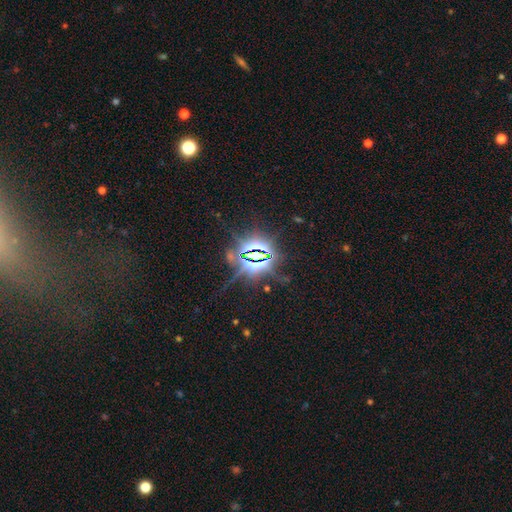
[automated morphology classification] Smooth or featured? star or artifact (84%)